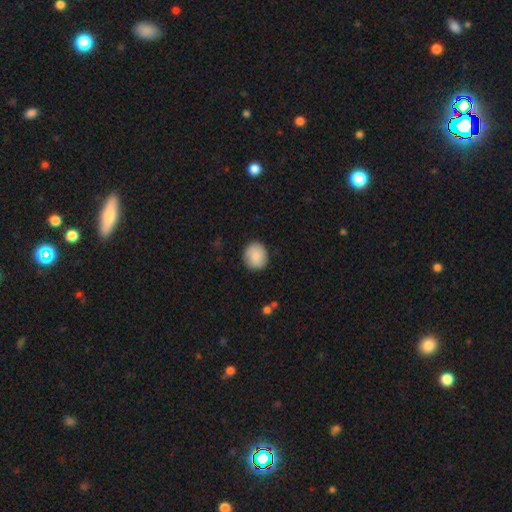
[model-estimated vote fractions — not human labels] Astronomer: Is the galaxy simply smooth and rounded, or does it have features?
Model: smooth — 85%.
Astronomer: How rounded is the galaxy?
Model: round — 81%.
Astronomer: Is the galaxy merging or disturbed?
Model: none — 87%.